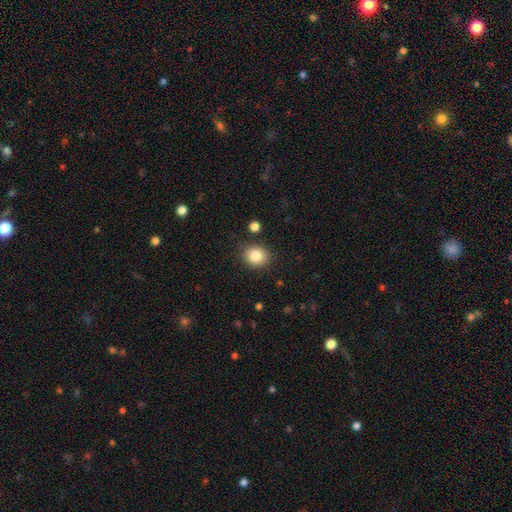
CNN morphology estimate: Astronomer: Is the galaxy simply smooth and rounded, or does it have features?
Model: smooth — 84%.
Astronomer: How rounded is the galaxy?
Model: round — 73%.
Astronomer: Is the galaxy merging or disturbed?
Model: none — 87%.